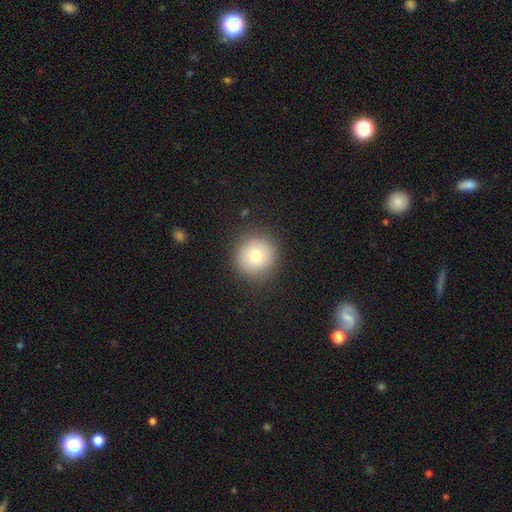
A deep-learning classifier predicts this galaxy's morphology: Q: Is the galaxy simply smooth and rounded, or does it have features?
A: smooth — 75%.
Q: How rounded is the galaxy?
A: round — 94%.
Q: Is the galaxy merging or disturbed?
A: none — 89%.